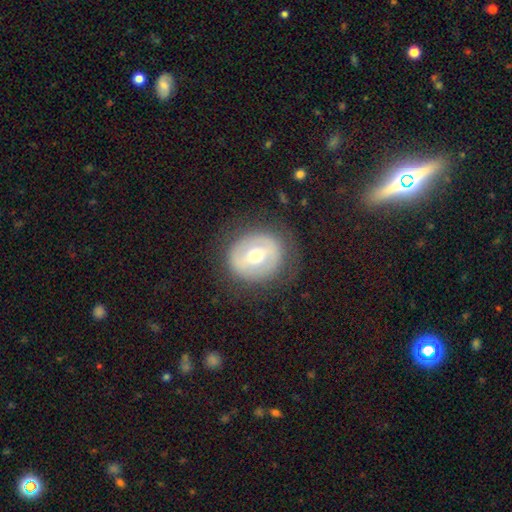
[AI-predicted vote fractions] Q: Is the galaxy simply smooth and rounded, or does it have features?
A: featured or disk — 54%.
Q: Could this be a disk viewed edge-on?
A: no — 95%.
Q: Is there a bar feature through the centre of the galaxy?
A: weak — 38%.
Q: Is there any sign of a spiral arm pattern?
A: no — 75%.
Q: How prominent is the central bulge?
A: moderate — 69%.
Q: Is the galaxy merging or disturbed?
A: none — 79%.